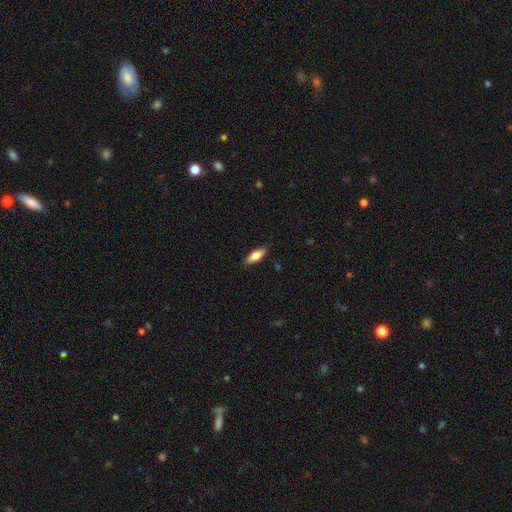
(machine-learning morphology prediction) Smooth or featured? smooth (71%)
How rounded? in between (63%)
Merging? none (86%)